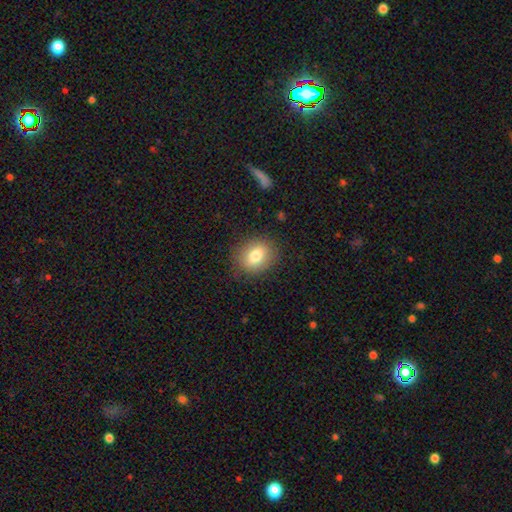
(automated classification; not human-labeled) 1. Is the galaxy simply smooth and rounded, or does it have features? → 78% smooth, 13% featured or disk, 9% star or artifact.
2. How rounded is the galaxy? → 56% round, 43% in between, 1% cigar-shaped.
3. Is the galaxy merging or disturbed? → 85% none, 11% minor disturbance, 3% major disturbance, 1% merger.